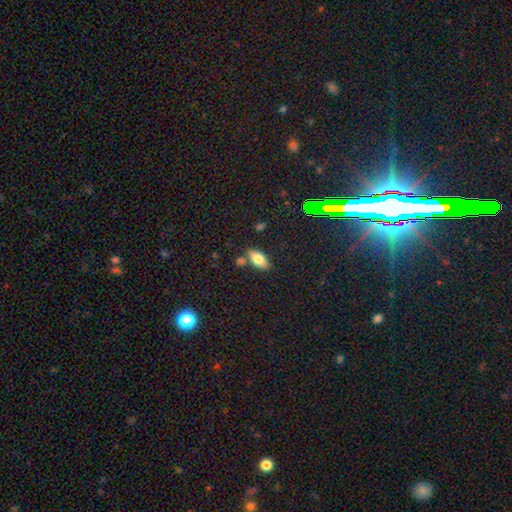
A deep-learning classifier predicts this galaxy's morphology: Smooth or featured?
  - smooth: 78% *
  - featured or disk: 13%
  - star or artifact: 9%
How rounded?
  - in between: 90% *
  - cigar-shaped: 6%
  - round: 4%
Merging?
  - none: 74% *
  - minor disturbance: 12%
  - merger: 11%
  - major disturbance: 3%